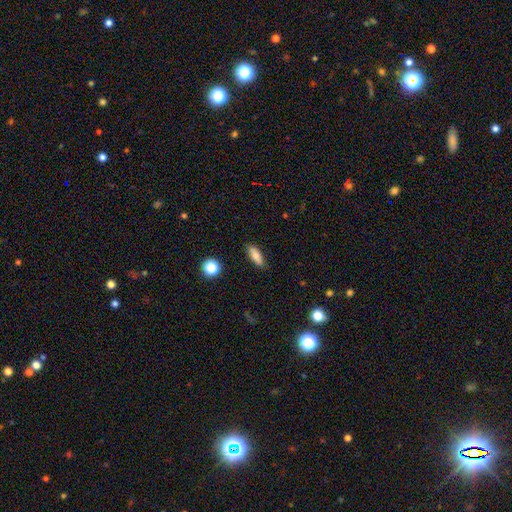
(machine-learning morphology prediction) smooth-or-featured: smooth: 79% | featured or disk: 12% | star or artifact: 8%
  how-rounded: in between: 64% | cigar-shaped: 32% | round: 4%
  merging: none: 86% | minor disturbance: 10% | major disturbance: 2% | merger: 1%